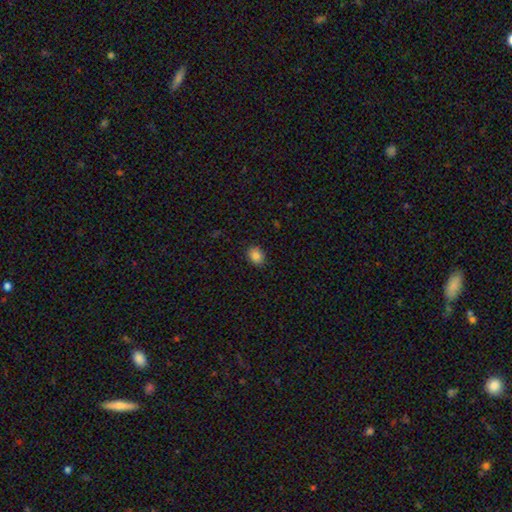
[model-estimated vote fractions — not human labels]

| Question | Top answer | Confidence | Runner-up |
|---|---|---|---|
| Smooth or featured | smooth | 85% | star or artifact (10%) |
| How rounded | round | 51% | in between (48%) |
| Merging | none | 88% | minor disturbance (9%) |